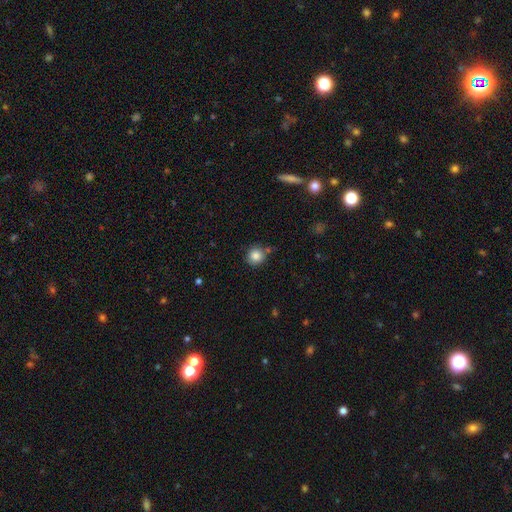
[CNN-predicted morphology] Smooth or featured: smooth — 86% (star or artifact — 10%)
How rounded: round — 91% (in between — 8%)
Merging: none — 76% (minor disturbance — 14%)